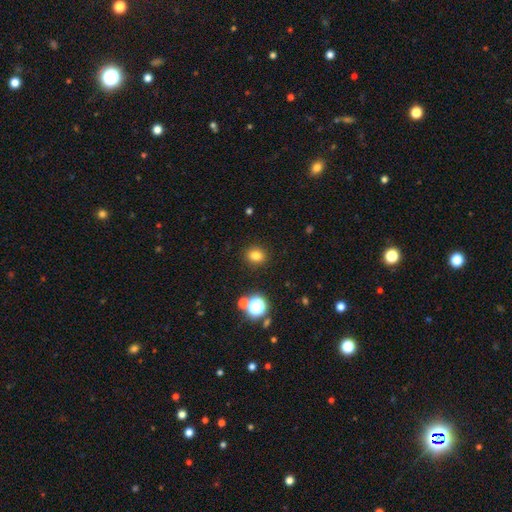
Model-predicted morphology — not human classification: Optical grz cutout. It shows a smooth galaxy with no disk features (79%) that is round (68%). Merging: none (88%).